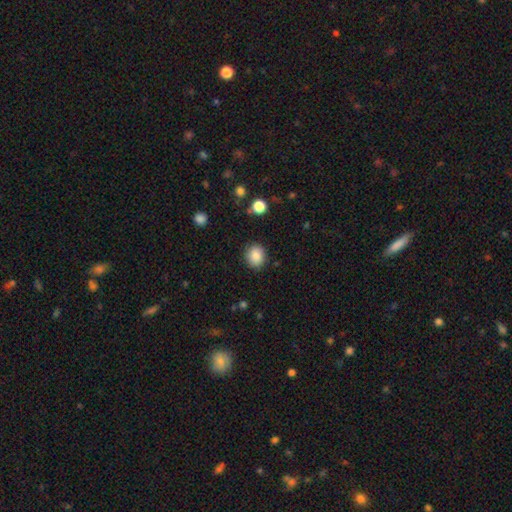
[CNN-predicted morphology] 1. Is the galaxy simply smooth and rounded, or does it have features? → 86% smooth, 9% star or artifact, 5% featured or disk.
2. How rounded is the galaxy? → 73% round, 26% in between, 1% cigar-shaped.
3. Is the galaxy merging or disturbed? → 87% none, 9% minor disturbance, 3% major disturbance, 1% merger.